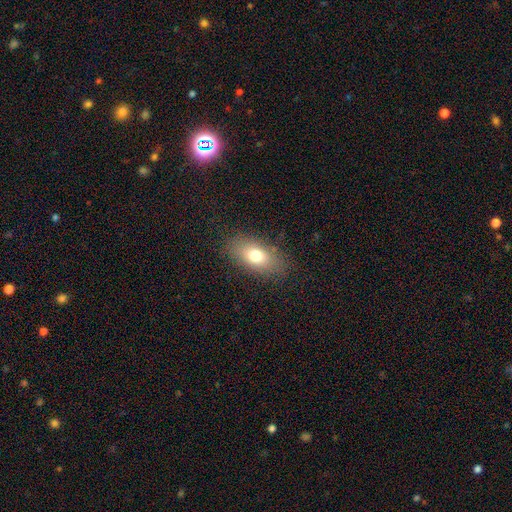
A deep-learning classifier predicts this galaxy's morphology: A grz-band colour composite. It shows a smooth galaxy with no disk features (74%) that is in between round and cigar-shaped (86%). Merging: none (84%).